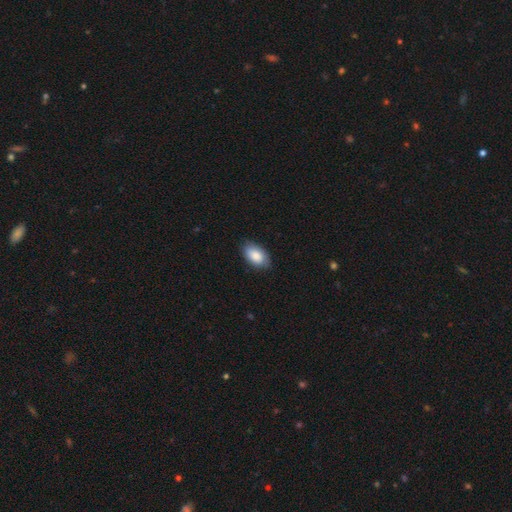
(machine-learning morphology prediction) This appears to be a smooth galaxy with no disk features (86%) that is in between round and cigar-shaped (93%). Merging: none (82%).